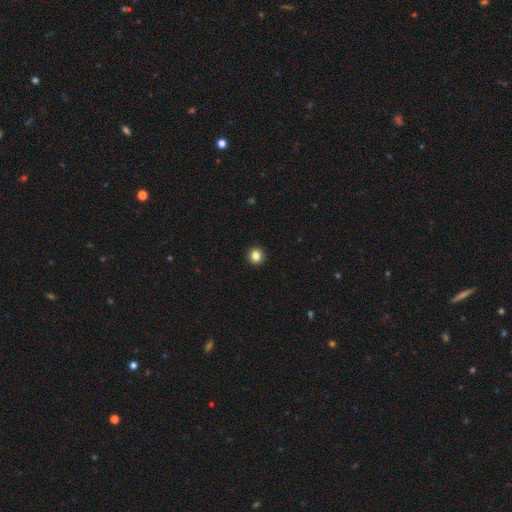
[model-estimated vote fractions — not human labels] Morphology: type=smooth (84%); roundness=round (94%); merging=none (94%).